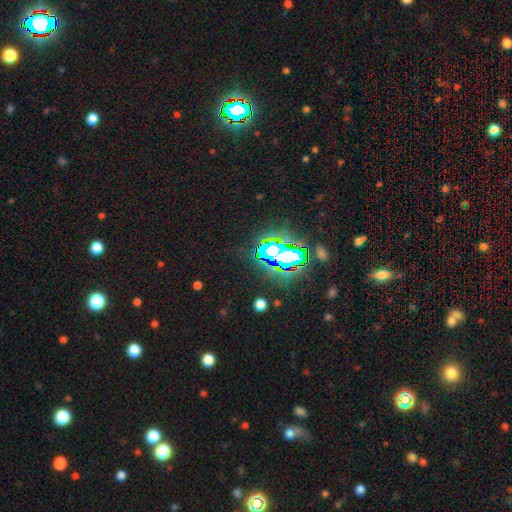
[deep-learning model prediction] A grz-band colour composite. It shows a star or artifact, not a galaxy (78%).